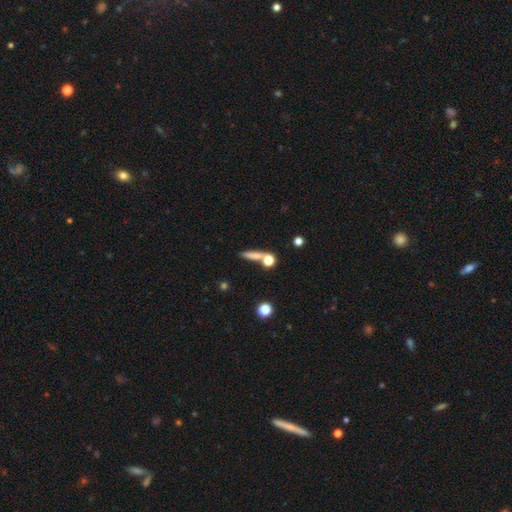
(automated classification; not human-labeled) smooth_or_featured: smooth (p=0.70) [alt: featured or disk p=0.19]
how_rounded: cigar-shaped (p=0.68) [alt: in between p=0.16]
merging: none (p=0.65) [alt: merger p=0.18]